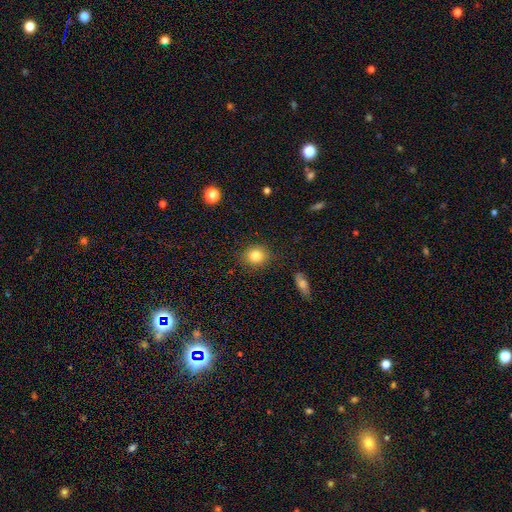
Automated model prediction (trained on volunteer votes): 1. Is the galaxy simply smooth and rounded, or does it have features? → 83% smooth, 10% star or artifact, 7% featured or disk.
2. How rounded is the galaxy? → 79% round, 20% in between, 1% cigar-shaped.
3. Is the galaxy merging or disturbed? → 88% none, 8% minor disturbance, 2% major disturbance, 2% merger.